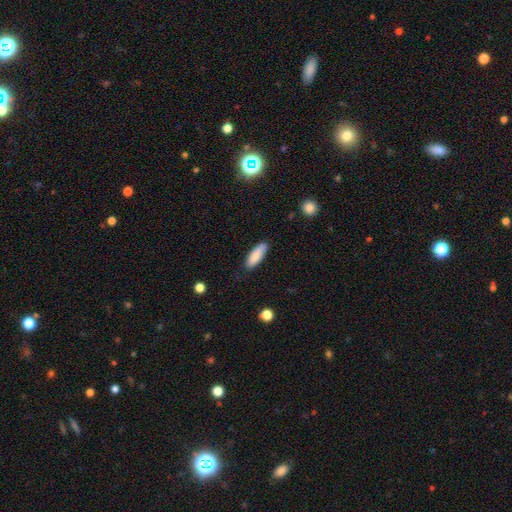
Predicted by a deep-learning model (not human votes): Overall: smooth (84%). How rounded: in between (62%; cigar-shaped 37%). Merging: none (76%).